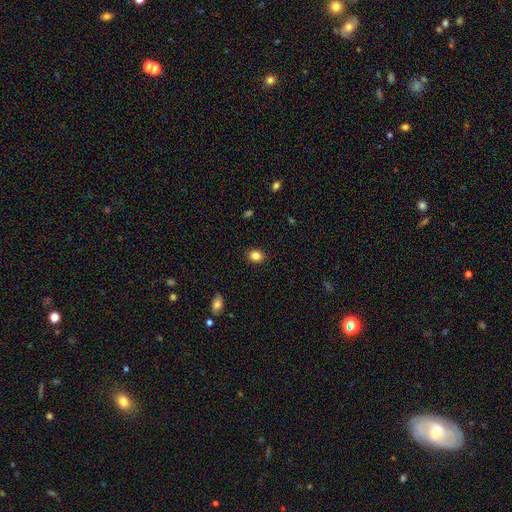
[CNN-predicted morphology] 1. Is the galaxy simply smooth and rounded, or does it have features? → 85% smooth, 10% star or artifact, 5% featured or disk.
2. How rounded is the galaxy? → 50% in between, 49% round, 1% cigar-shaped.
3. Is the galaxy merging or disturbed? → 89% none, 8% minor disturbance, 2% major disturbance, 1% merger.